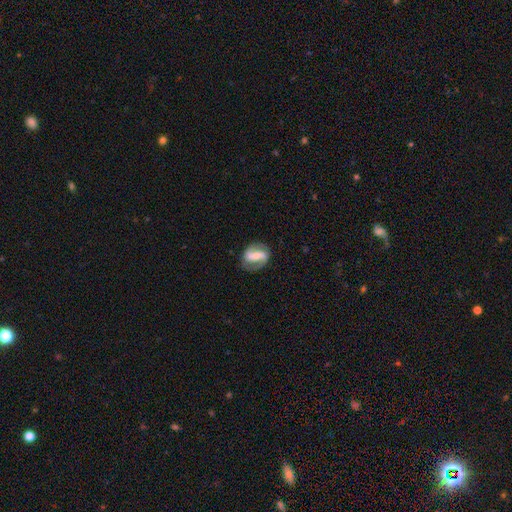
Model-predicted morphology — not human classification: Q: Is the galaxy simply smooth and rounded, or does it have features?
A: featured or disk — 82%.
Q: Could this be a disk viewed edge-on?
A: no — 97%.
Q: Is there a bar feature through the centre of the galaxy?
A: strong — 54%.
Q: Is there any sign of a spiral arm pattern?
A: yes — 93%.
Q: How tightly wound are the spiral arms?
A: medium — 45%.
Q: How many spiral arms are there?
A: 2 — 89%.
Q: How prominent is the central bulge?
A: small — 43%.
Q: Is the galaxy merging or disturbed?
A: none — 80%.